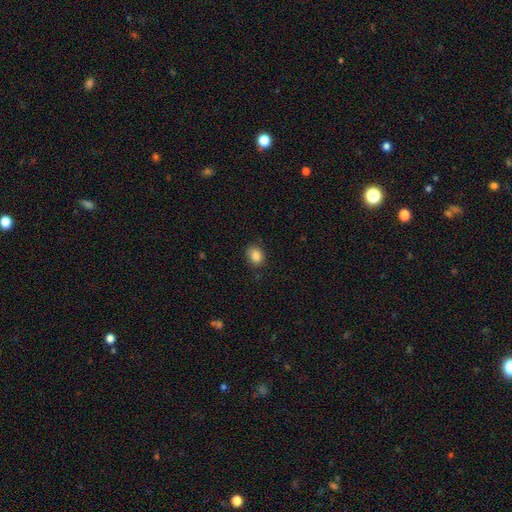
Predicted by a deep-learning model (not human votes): smooth_or_featured: smooth (p=0.87) [alt: star or artifact p=0.09]
how_rounded: in between (p=0.58) [alt: round p=0.41]
merging: none (p=0.82) [alt: minor disturbance p=0.14]